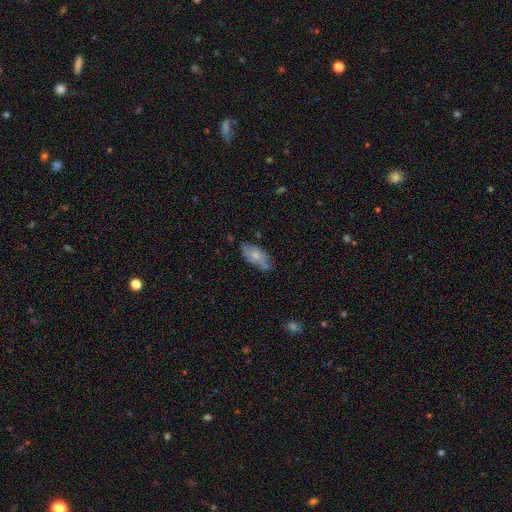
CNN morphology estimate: smooth-or-featured: smooth: 70% | featured or disk: 23% | star or artifact: 7%
  how-rounded: in between: 88% | cigar-shaped: 9% | round: 3%
  merging: none: 64% | minor disturbance: 26% | merger: 5% | major disturbance: 5%